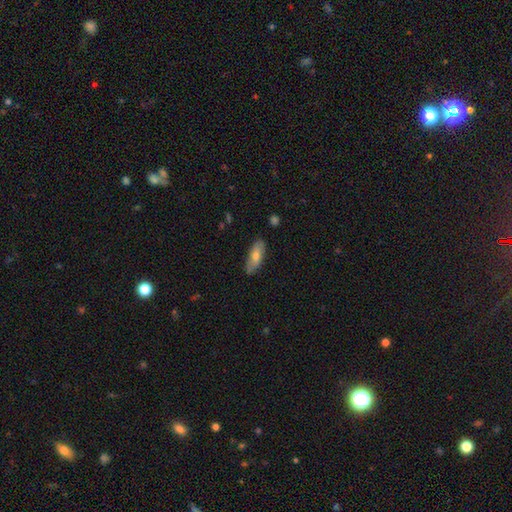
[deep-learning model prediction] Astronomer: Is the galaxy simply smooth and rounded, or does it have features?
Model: smooth — 69%.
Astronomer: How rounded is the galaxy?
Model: in between — 60% (runner-up: cigar-shaped, 38%).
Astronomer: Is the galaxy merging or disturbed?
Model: none — 84%.